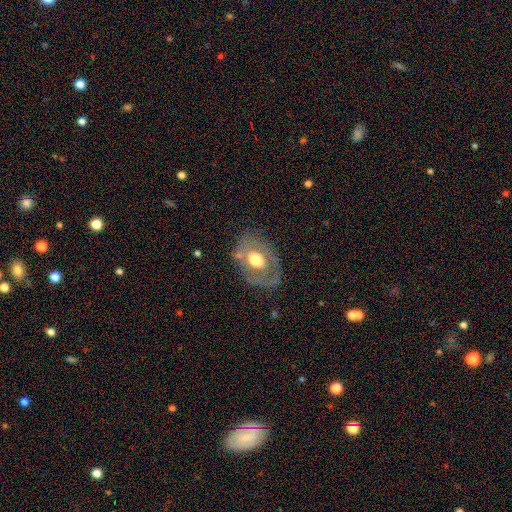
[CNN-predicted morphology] A featured or disk galaxy (63%) with no bar (77%), no spiral arms (64%) and a moderate central bulge (67%). Merging: none (67%).